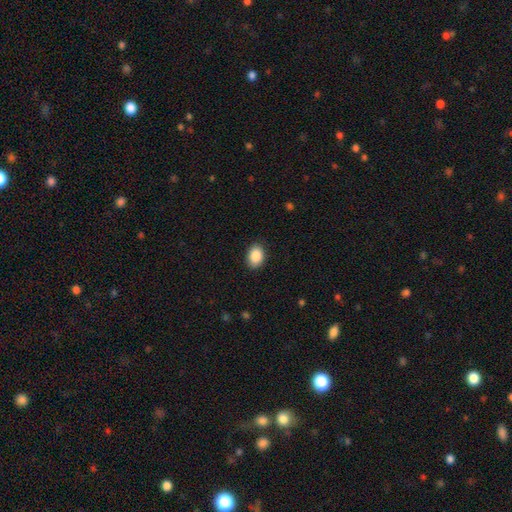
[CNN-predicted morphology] type=smooth (89%); roundness=in between (78%); merging=none (88%).